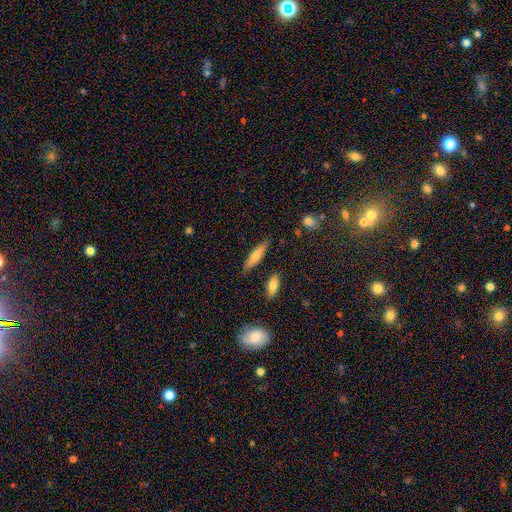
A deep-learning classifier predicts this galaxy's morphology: This appears to be a smooth galaxy with no disk features (68%) that is cigar-shaped (71%). Merging: none (83%).